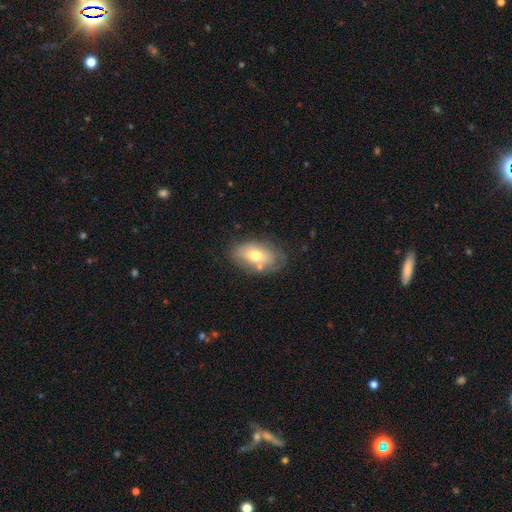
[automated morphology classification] smooth 62%, featured or disk 30%, star or artifact 8%. Down the decision tree: how rounded — in between (89%); merging — none (66%).